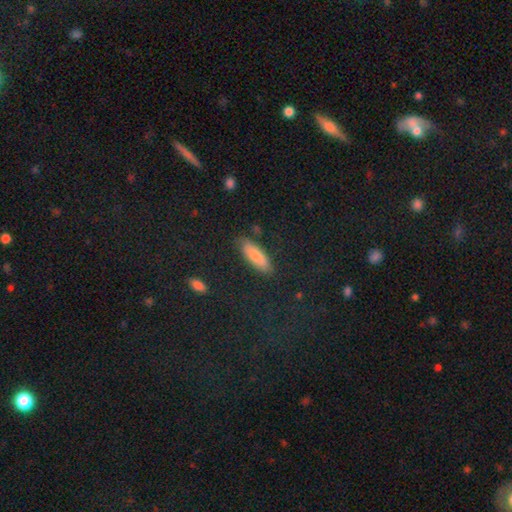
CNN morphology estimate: A smooth galaxy with no disk features (73%) that is cigar-shaped (51%). Merging: none (85%).